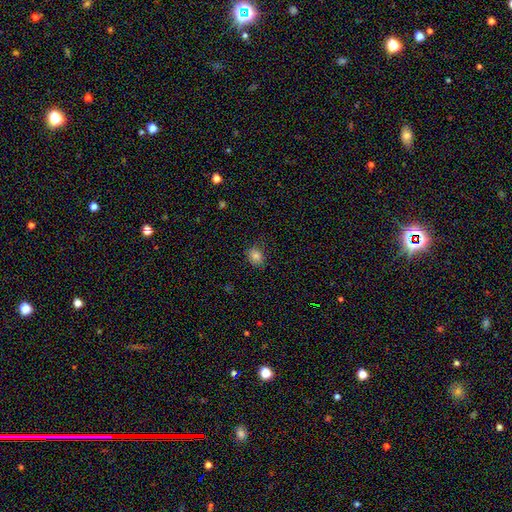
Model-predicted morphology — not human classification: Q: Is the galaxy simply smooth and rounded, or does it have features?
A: smooth — 82%.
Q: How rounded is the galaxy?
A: round — 58%.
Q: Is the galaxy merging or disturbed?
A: none — 78%.